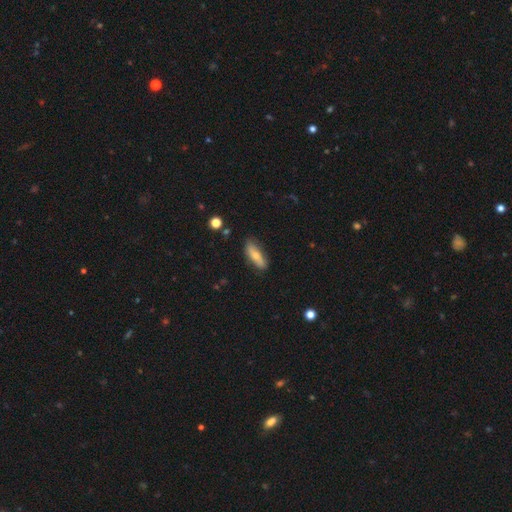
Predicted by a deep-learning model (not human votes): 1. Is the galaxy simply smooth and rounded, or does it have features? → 64% smooth, 29% featured or disk, 7% star or artifact.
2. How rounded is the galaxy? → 58% in between, 40% cigar-shaped, 3% round.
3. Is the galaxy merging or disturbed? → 78% none, 17% minor disturbance, 3% major disturbance, 2% merger.